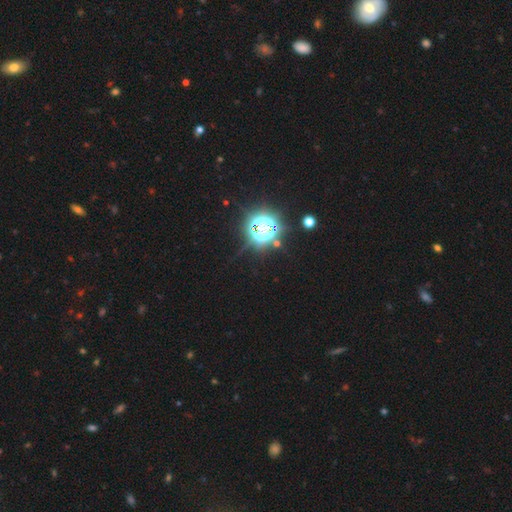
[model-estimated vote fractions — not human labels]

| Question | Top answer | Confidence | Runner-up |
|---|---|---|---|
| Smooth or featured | star or artifact | 83% | smooth (12%) |